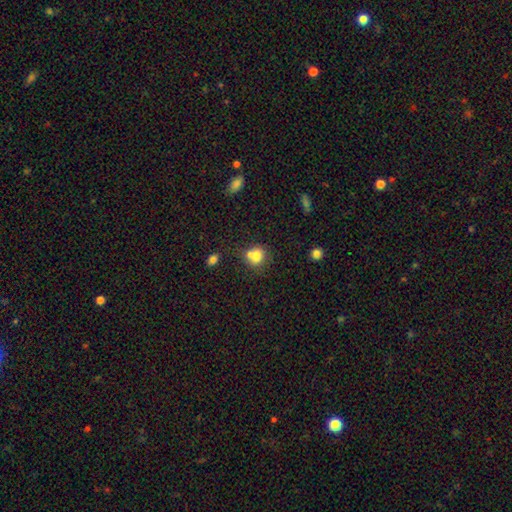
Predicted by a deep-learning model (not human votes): Smooth or featured? Predicted: smooth (p=0.76). How rounded? Predicted: round (p=0.73). Merging? Predicted: merger (p=0.43).